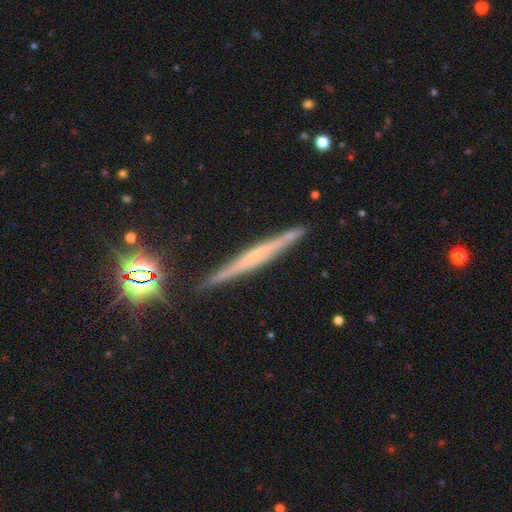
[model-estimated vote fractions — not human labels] A featured or disk galaxy (64%) viewed edge-on (97%) with no central bulge (62%).

Vote fractions:
- Smooth or featured? featured or disk: 64% / smooth: 25% / star or artifact: 11%
- Edge-on disk? yes: 97% / no: 3%
- Edge-on bulge? none: 62% / rounded: 30% / boxy: 8%
- Merging? none: 89% / minor disturbance: 8% / merger: 2% / major disturbance: 2%